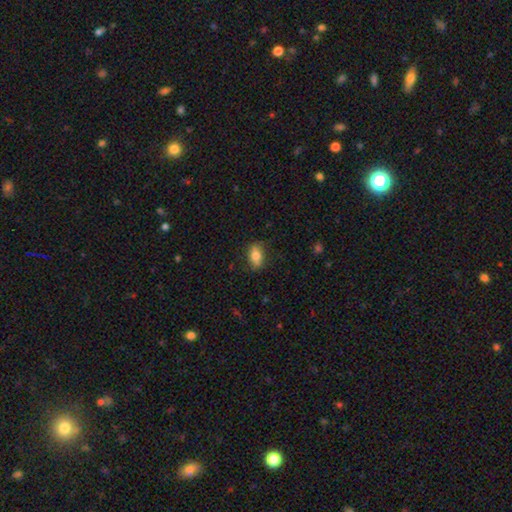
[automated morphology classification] The model was most divided on "smooth or featured": smooth: 76%, featured or disk: 16%, star or artifact: 8%. More confident: how rounded — in between (85%); merging — none (80%).